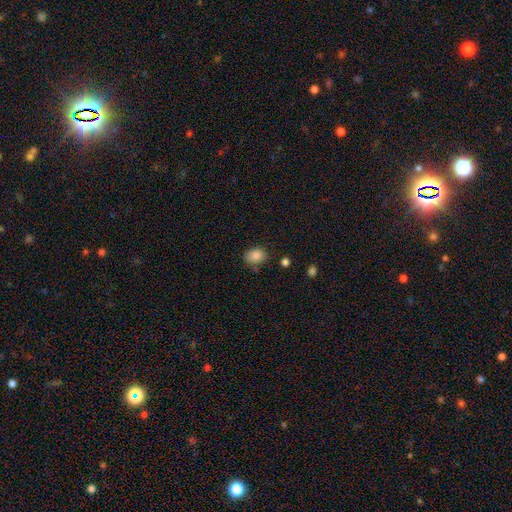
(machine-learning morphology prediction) A smooth galaxy with no disk features (86%) that is in between round and cigar-shaped (66%). Merging: none (76%).